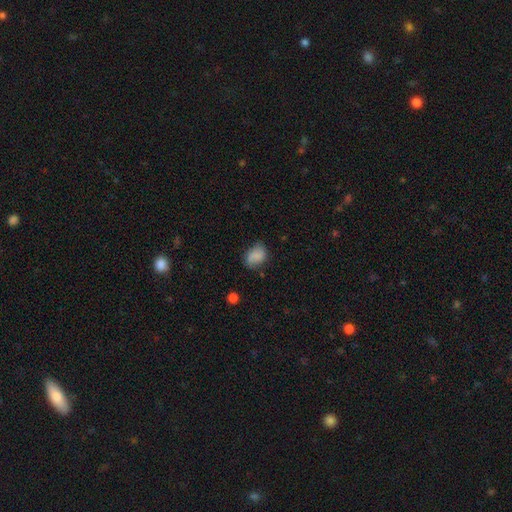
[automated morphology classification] smooth_or_featured: smooth (p=0.77) [alt: featured or disk p=0.15]
how_rounded: in between (p=0.68) [alt: round p=0.30]
merging: none (p=0.65) [alt: minor disturbance p=0.26]